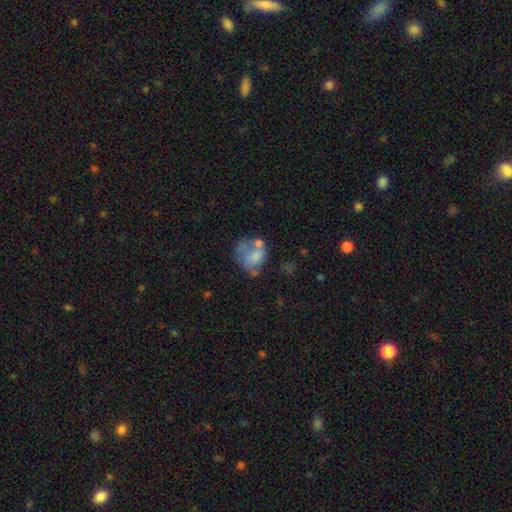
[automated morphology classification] A smooth galaxy with no disk features (51%) that is round (52%). Merging: none (30%).